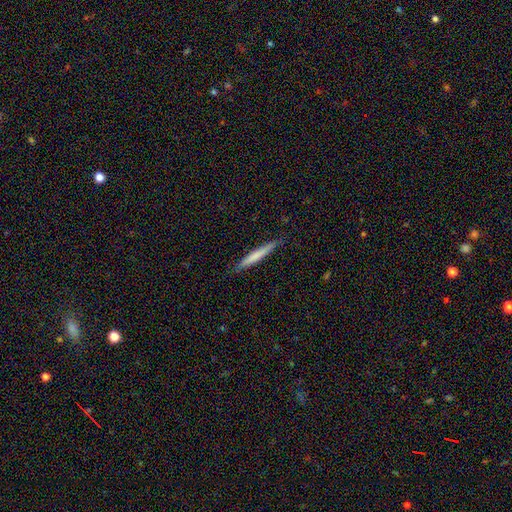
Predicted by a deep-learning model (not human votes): Morphology: type=smooth (66%); roundness=cigar-shaped (96%); merging=none (87%).